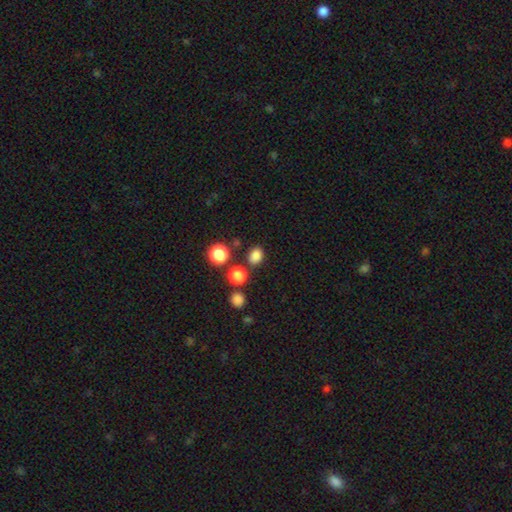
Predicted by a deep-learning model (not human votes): smooth 82%, star or artifact 14%, featured or disk 4%. Down the decision tree: how rounded — round (50%); merging — none (79%).